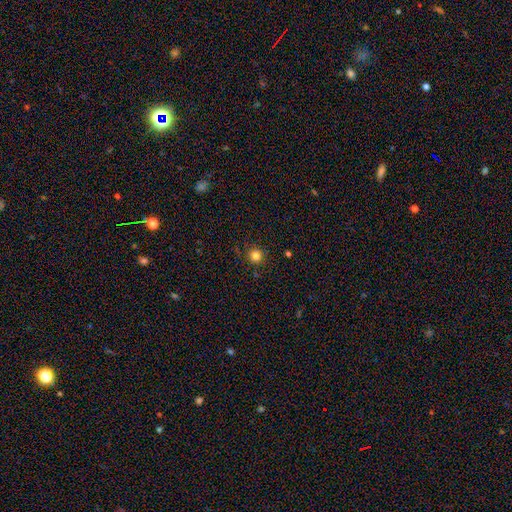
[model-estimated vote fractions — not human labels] Morphology: type=smooth (82%); roundness=round (94%); merging=none (89%).